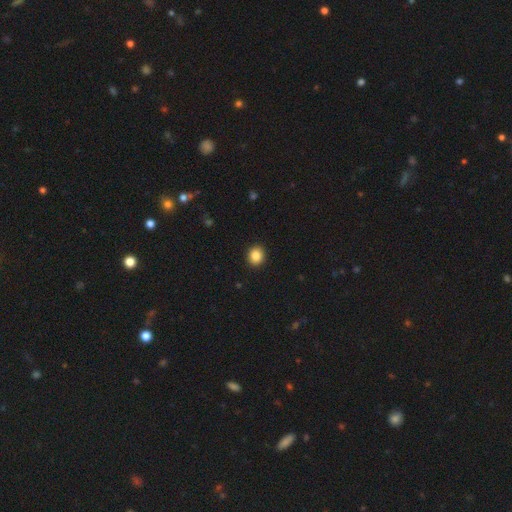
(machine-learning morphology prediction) Smooth or featured?
  - smooth: 86% *
  - star or artifact: 10%
  - featured or disk: 5%
How rounded?
  - round: 82% *
  - in between: 17%
  - cigar-shaped: 1%
Merging?
  - none: 93% *
  - minor disturbance: 5%
  - major disturbance: 2%
  - merger: 1%